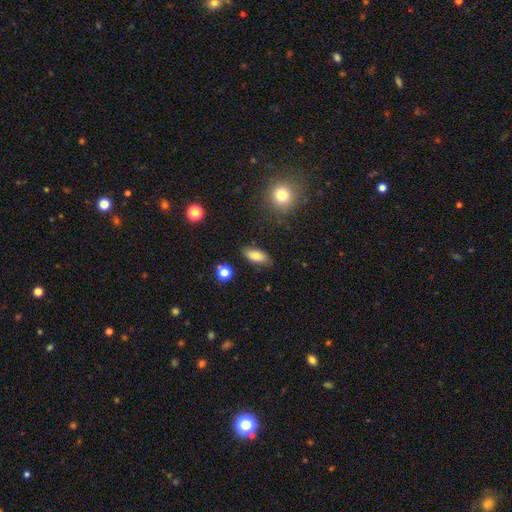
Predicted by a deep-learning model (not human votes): The model was most divided on "smooth or featured": smooth: 80%, featured or disk: 11%, star or artifact: 9%. More confident: how rounded — in between (85%); merging — none (82%).